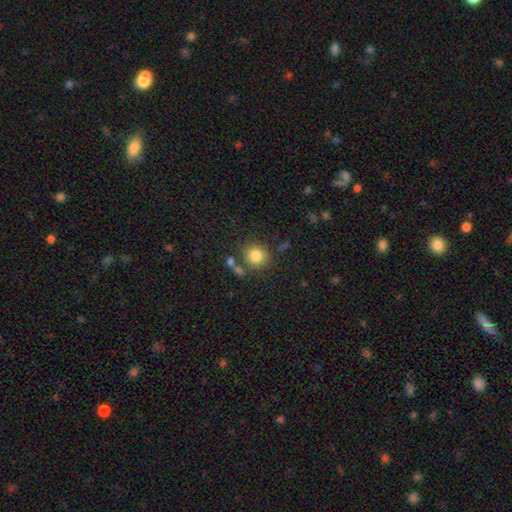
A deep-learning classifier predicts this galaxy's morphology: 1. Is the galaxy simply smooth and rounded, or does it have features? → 82% smooth, 11% star or artifact, 7% featured or disk.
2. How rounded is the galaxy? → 91% round, 8% in between, 1% cigar-shaped.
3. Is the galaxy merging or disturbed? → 76% none, 10% minor disturbance, 10% merger, 4% major disturbance.